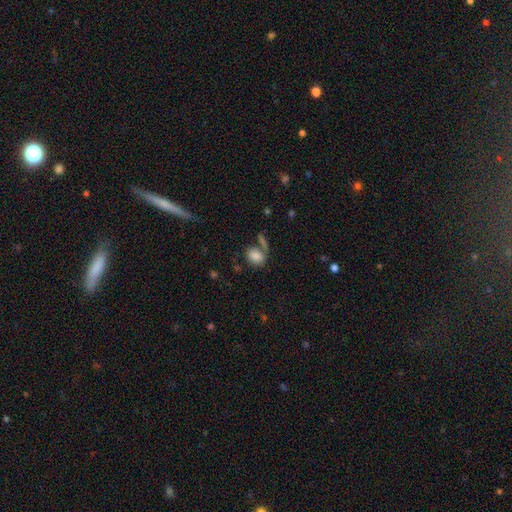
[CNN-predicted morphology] smooth_or_featured: smooth (p=0.83) [alt: star or artifact p=0.09]
how_rounded: in between (p=0.70) [alt: round p=0.28]
merging: none (p=0.56) [alt: merger p=0.22]